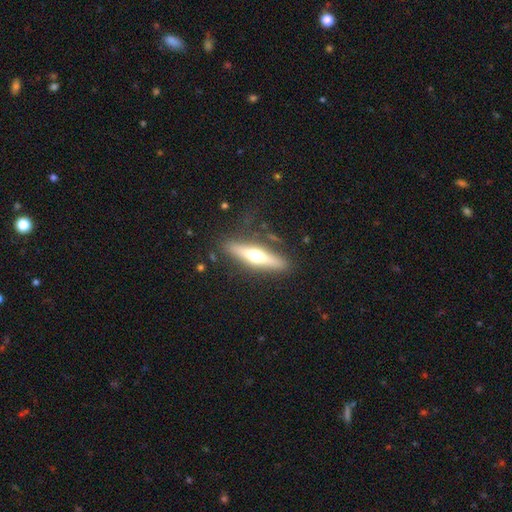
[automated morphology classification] type=featured or disk (57%); edge-on=yes (93%); edge-on bulge=rounded (92%); merging=none (83%).